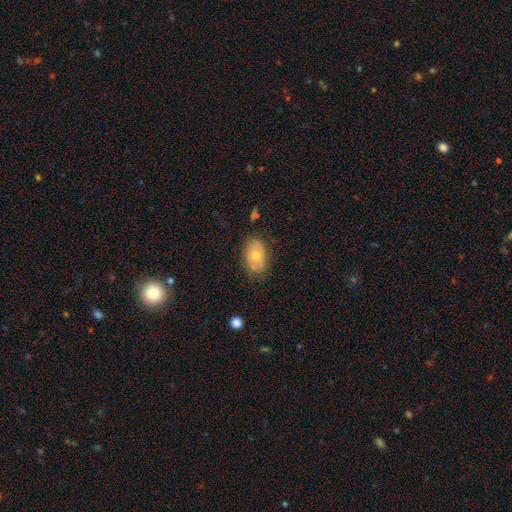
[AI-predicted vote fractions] This is possibly a smooth galaxy (55%). How rounded: clearly in between (87%). Merging: likely none (78%).